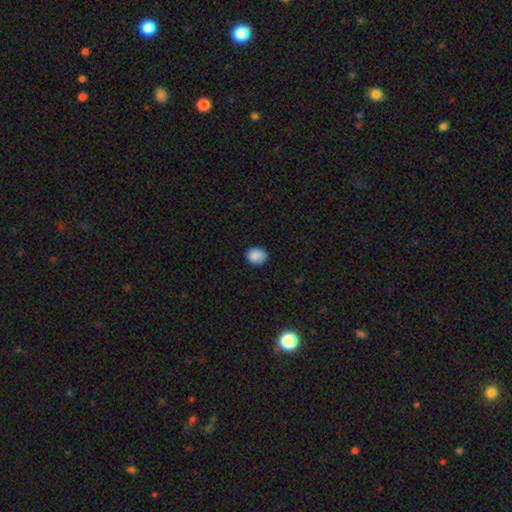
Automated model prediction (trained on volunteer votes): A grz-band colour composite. It shows a smooth galaxy with no disk features (88%) that is round (68%). Merging: none (84%).